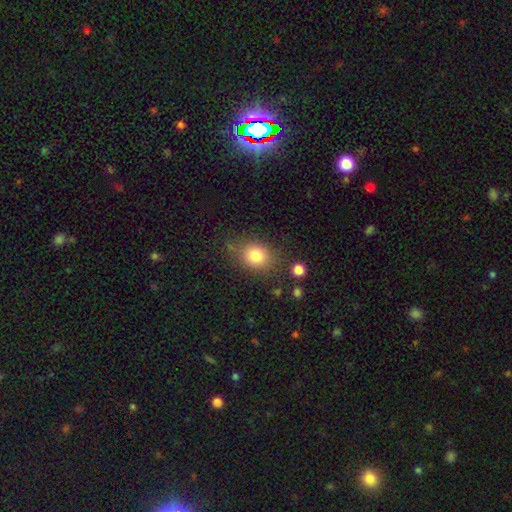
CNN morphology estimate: The model was most divided on "how rounded": round: 62%, in between: 37%, cigar-shaped: 1%. More confident: smooth or featured — smooth (80%); merging — none (74%).